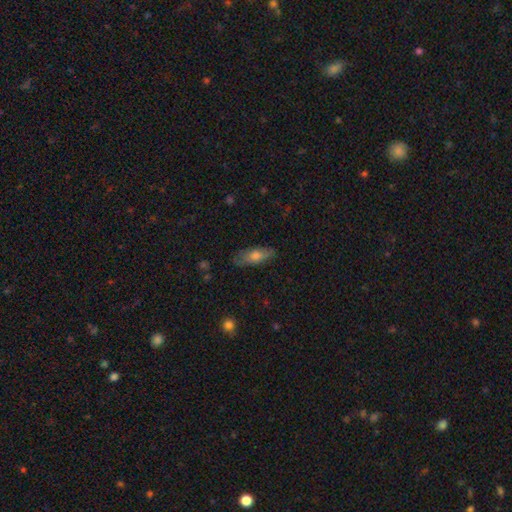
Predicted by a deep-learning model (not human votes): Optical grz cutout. It shows a smooth galaxy with no disk features (65%) that is in between round and cigar-shaped (63%). Merging: none (78%).